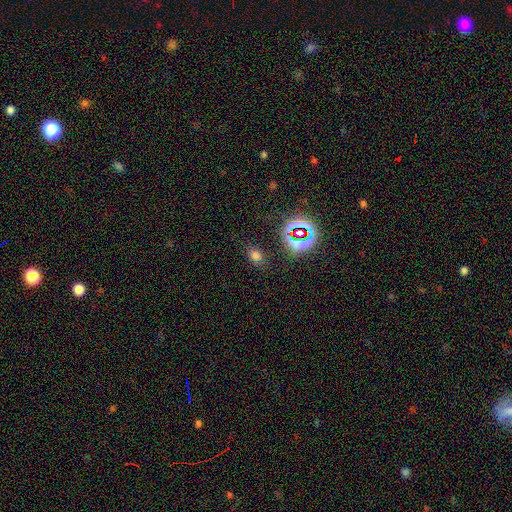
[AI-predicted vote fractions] Smooth or featured? Predicted: smooth (p=0.60). How rounded? Predicted: in between (p=0.71). Merging? Predicted: none (p=0.76).